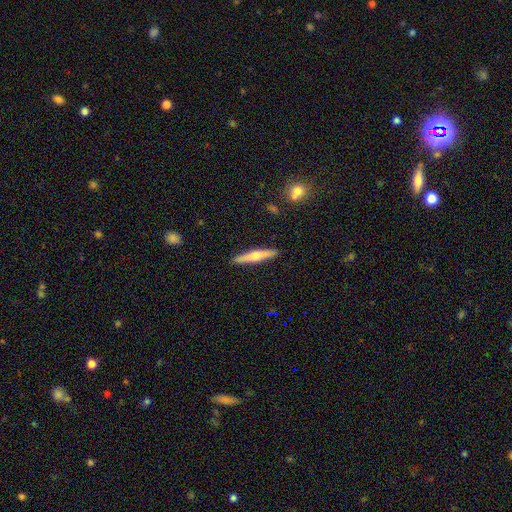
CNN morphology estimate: type=featured or disk (48%); merging=none (91%).